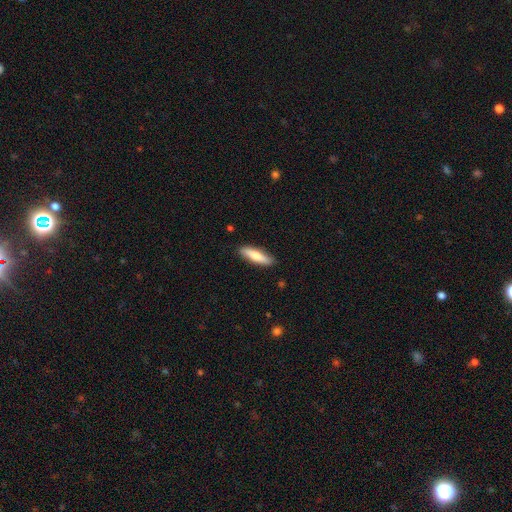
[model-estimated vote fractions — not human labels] The model was most divided on "how rounded": cigar-shaped: 68%, in between: 30%, round: 2%. More confident: merging — none (88%); smooth or featured — smooth (72%).